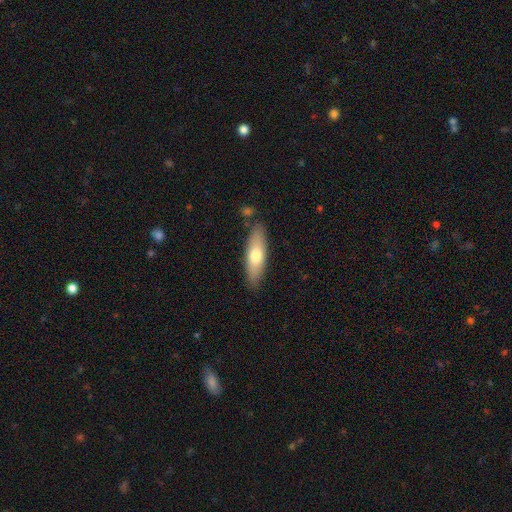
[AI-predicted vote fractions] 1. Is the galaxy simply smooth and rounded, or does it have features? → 67% smooth, 27% featured or disk, 6% star or artifact.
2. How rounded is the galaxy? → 49% in between (tied), 49% cigar-shaped (tied), 2% round.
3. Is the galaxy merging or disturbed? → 82% none, 12% minor disturbance, 3% merger, 3% major disturbance.